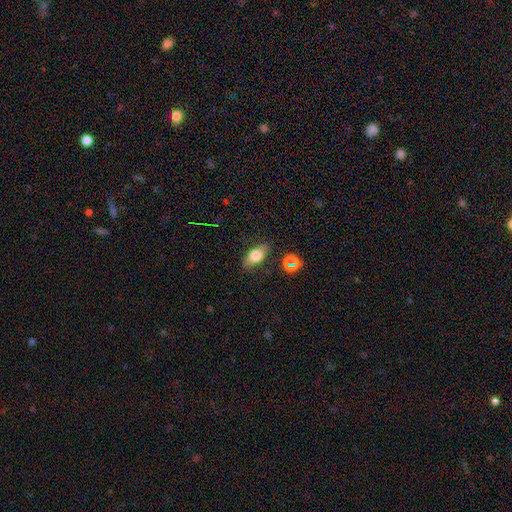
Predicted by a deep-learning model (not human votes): smooth-or-featured: smooth: 67% | featured or disk: 23% | star or artifact: 10%
  how-rounded: in between: 77% | cigar-shaped: 15% | round: 9%
  merging: none: 83% | minor disturbance: 12% | major disturbance: 3% | merger: 2%